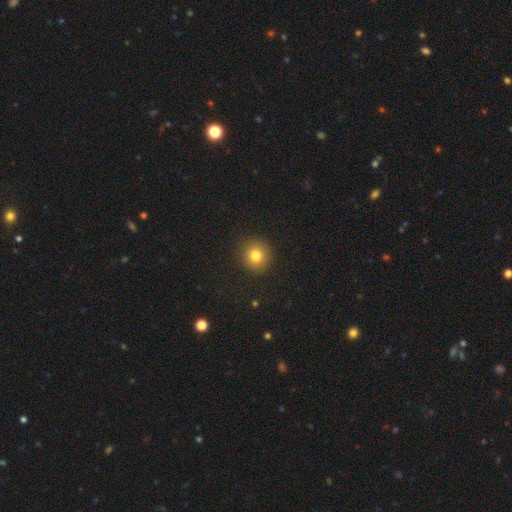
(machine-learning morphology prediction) Smooth or featured: smooth — 80% (star or artifact — 13%)
How rounded: round — 91% (in between — 8%)
Merging: none — 91% (minor disturbance — 6%)